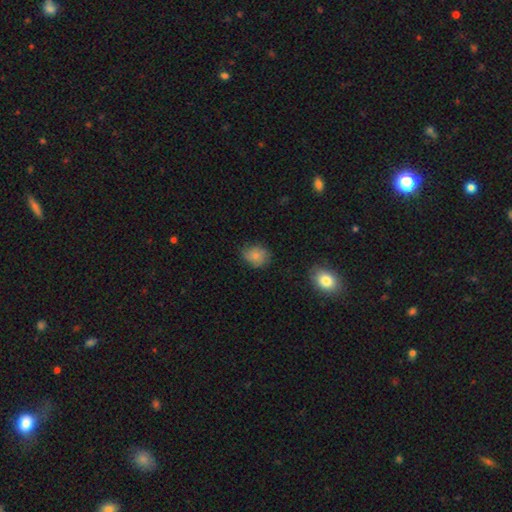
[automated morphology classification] A smooth galaxy with no disk features (73%) that is round (63%). Merging: none (69%).